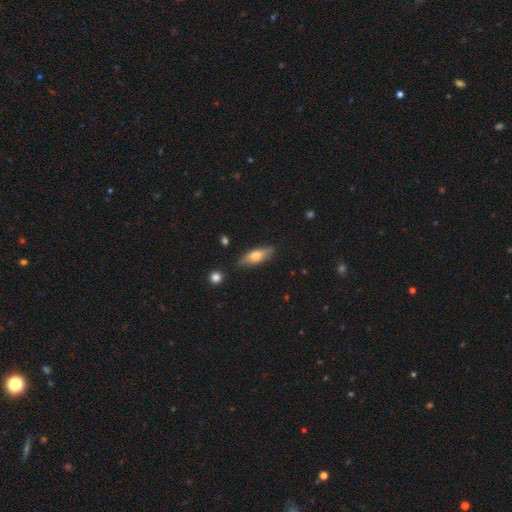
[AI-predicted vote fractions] Overall: featured or disk (47%, tied with smooth). Merging: none (84%).